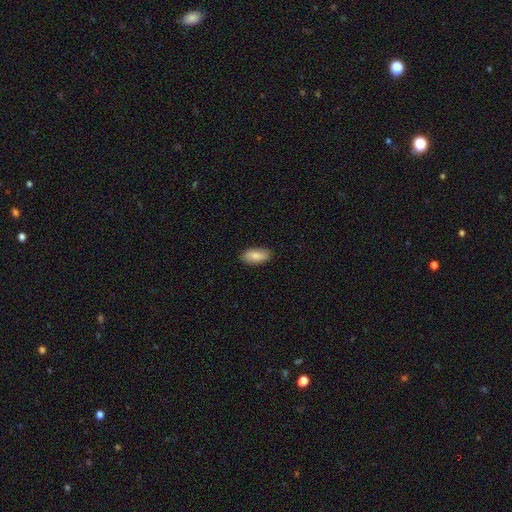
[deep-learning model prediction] smooth-or-featured: smooth: 82% | featured or disk: 13% | star or artifact: 6%
  how-rounded: in between: 91% | cigar-shaped: 6% | round: 3%
  merging: none: 87% | minor disturbance: 10% | major disturbance: 2% | merger: 1%